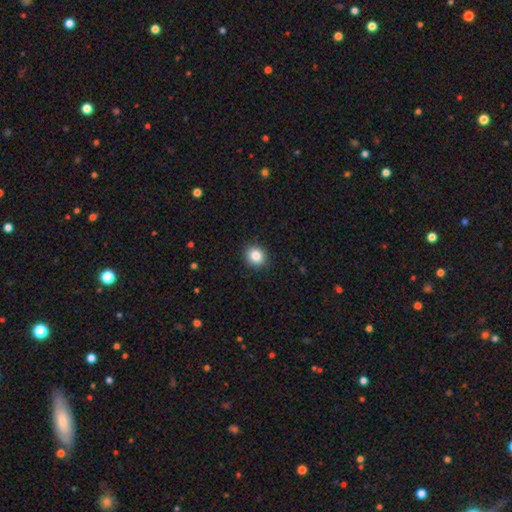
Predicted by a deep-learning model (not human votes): Morphology: type=smooth (85%); roundness=round (83%); merging=none (91%).